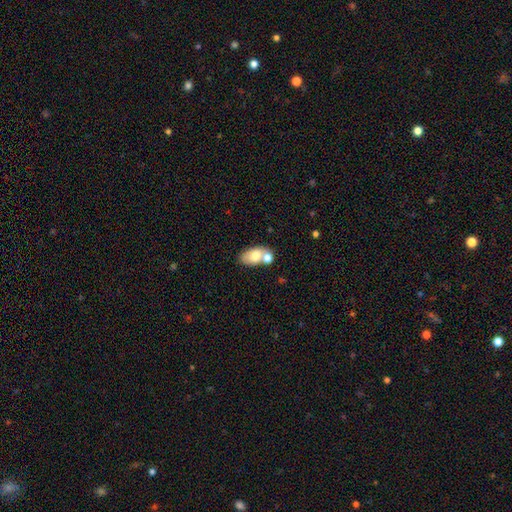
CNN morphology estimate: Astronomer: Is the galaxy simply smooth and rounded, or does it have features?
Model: smooth — 71%.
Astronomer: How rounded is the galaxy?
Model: in between — 90%.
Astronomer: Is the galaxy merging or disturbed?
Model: none — 48% (runner-up: merger, 34%).